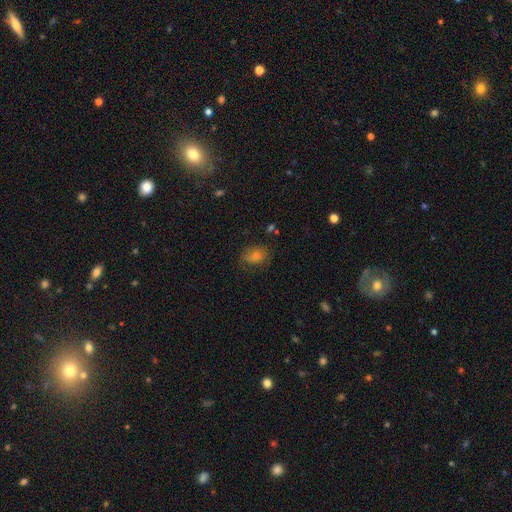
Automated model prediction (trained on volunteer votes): This appears to be a smooth galaxy with no disk features (59%) that is in between round and cigar-shaped (57%). Merging: none (74%).